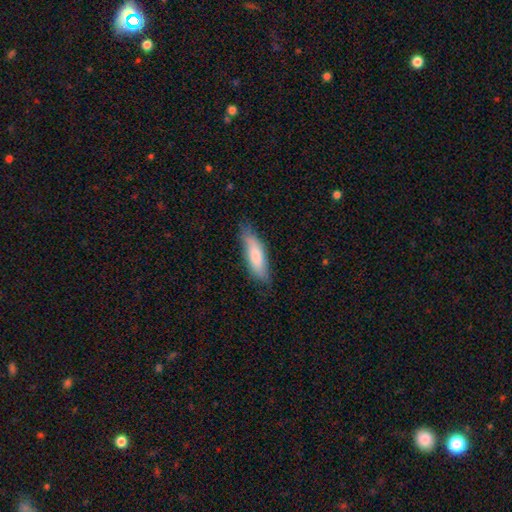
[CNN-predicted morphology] type=smooth (78%); roundness=cigar-shaped (54%); merging=none (73%).